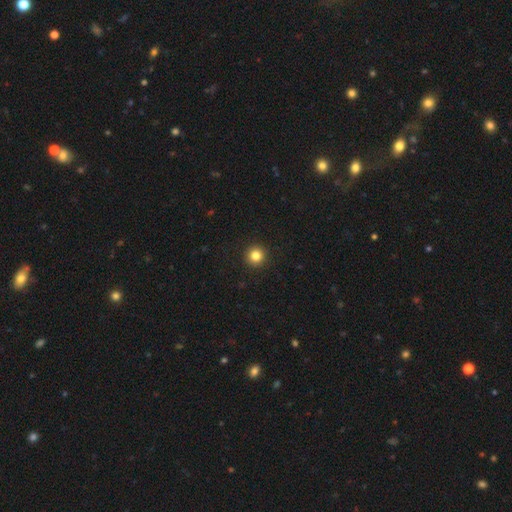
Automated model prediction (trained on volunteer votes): This is clearly a smooth galaxy (83%). How rounded: clearly round (96%). Merging: clearly none (94%).